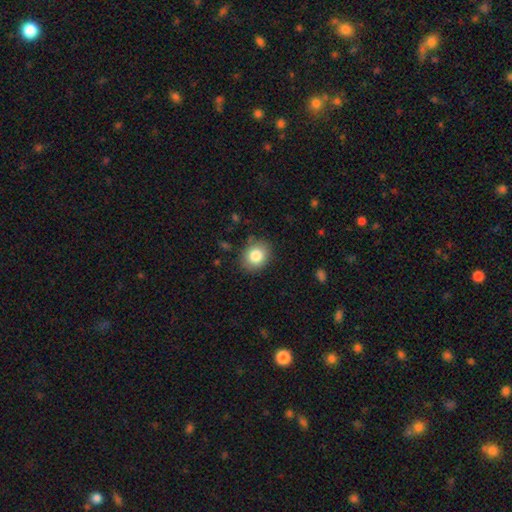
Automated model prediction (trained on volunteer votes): Morphology: type=smooth (83%); roundness=round (60%); merging=none (86%).